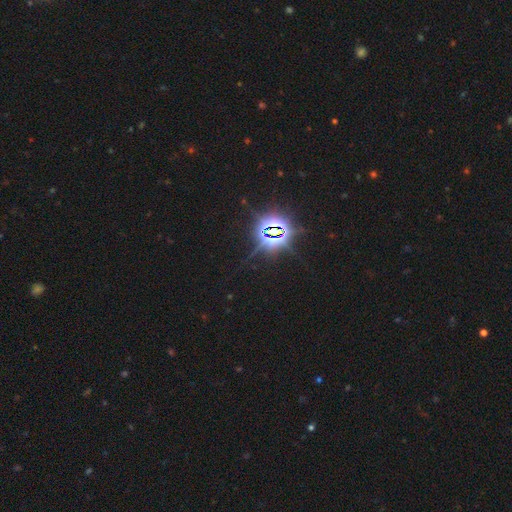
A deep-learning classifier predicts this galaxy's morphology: This is clearly a star or artifact rather than a galaxy (86%).